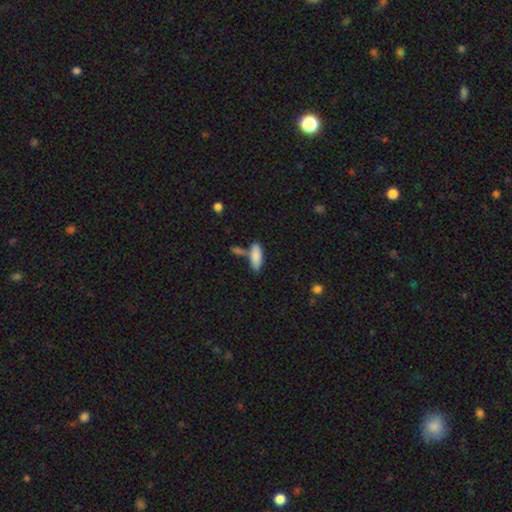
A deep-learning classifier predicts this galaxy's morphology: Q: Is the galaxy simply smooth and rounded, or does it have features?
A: smooth — 85%.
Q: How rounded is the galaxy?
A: in between — 67%.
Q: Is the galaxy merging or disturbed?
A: none — 61%.